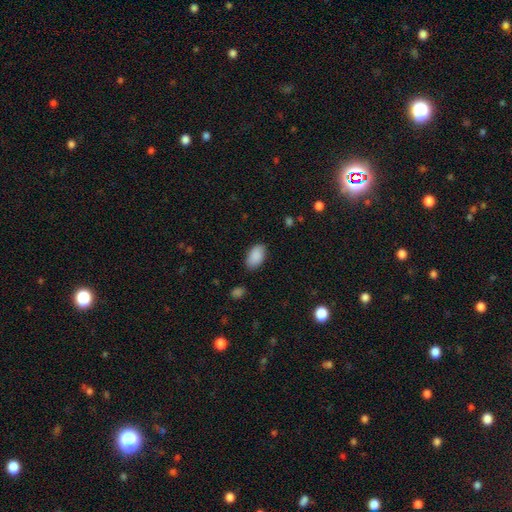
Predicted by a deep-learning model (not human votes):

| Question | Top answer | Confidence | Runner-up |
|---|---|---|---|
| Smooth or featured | smooth | 90% | star or artifact (7%) |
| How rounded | in between | 94% | round (4%) |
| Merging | none | 84% | minor disturbance (12%) |